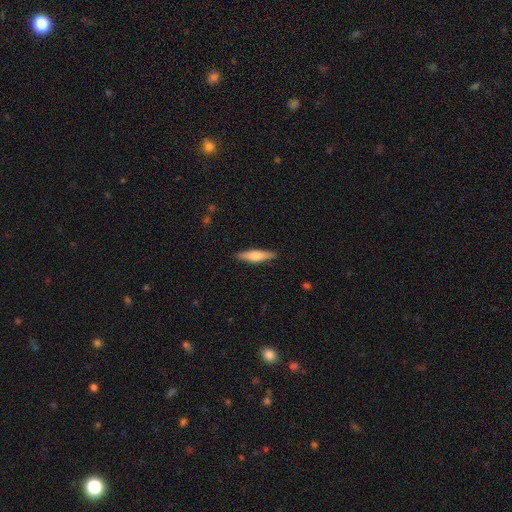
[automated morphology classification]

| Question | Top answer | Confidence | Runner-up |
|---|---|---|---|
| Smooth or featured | smooth | 61% | featured or disk (33%) |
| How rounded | cigar-shaped | 72% | in between (26%) |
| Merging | none | 89% | minor disturbance (8%) |